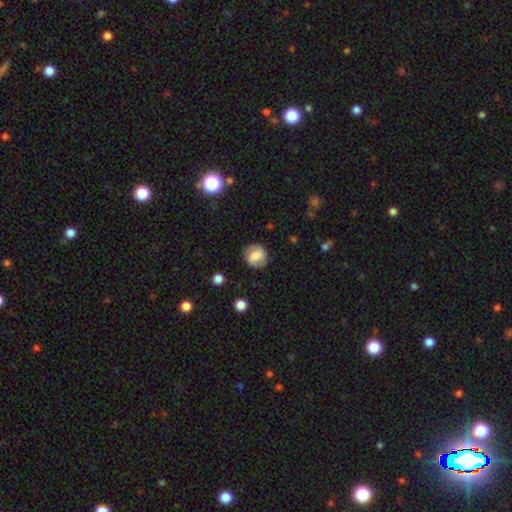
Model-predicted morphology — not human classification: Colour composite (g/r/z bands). It shows a smooth galaxy with no disk features (55%) that is round (76%). Merging: none (77%).